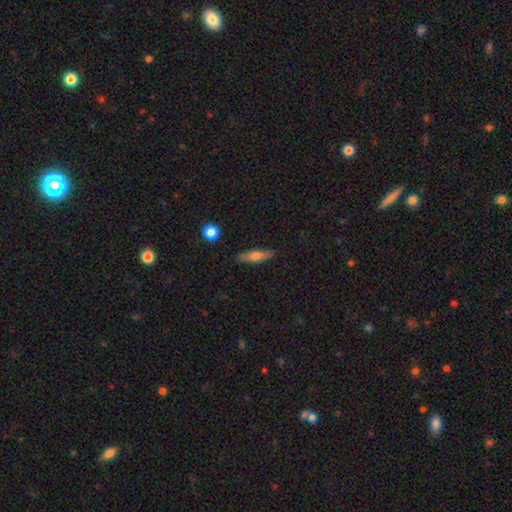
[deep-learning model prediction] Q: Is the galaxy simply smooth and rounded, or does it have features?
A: smooth — 63%.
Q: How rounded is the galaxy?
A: cigar-shaped — 63%.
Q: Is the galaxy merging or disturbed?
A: none — 86%.